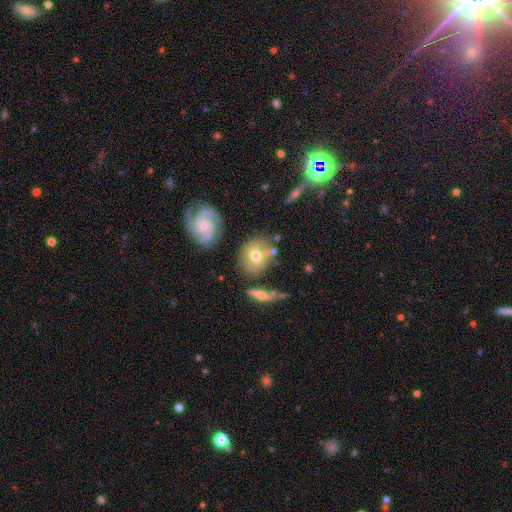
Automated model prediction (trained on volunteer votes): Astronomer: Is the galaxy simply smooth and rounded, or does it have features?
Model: smooth — 51% (runner-up: featured or disk, 40%).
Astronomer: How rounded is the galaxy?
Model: round — 61% (runner-up: in between, 37%).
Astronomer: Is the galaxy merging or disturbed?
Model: none — 66%.